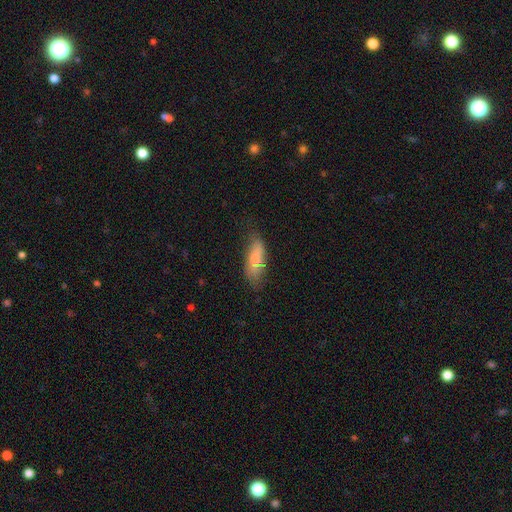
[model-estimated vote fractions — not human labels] This is likely a smooth galaxy (77%). How rounded: likely in between (65%). Merging: possibly none (56%).